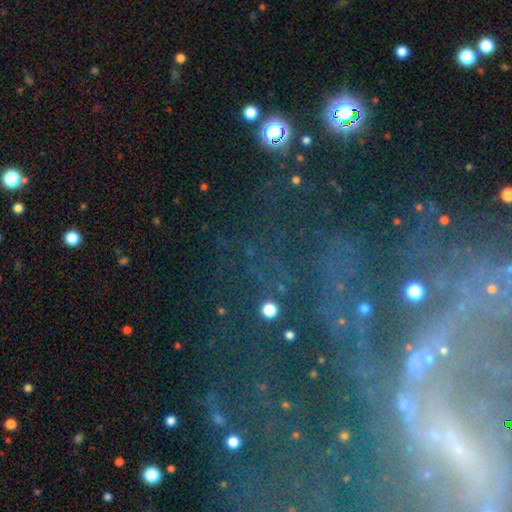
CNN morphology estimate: Smooth or featured?
  - star or artifact: 43% *
  - featured or disk: 41%
  - smooth: 16%